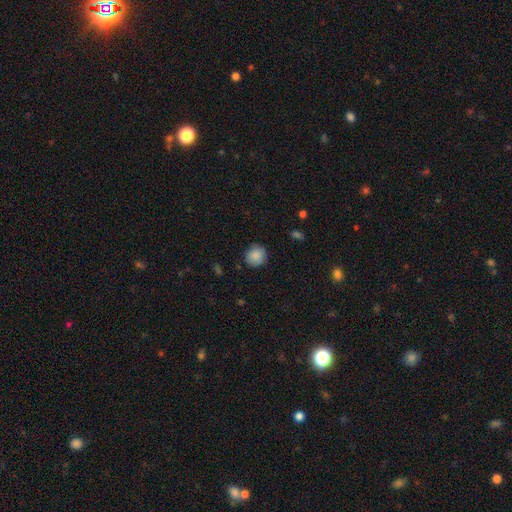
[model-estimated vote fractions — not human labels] This appears to be a smooth galaxy with no disk features (88%) that is round (89%). Merging: none (86%).